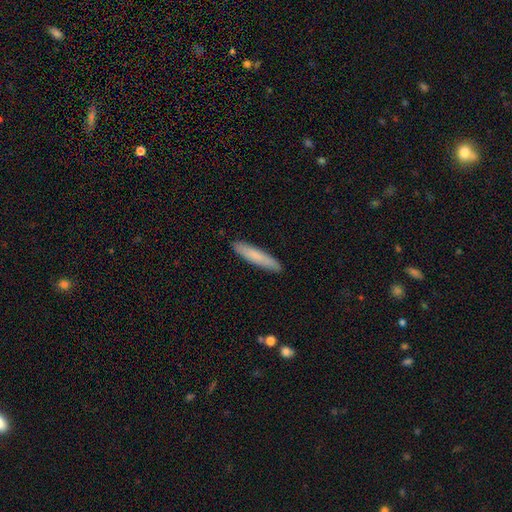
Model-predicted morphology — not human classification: The model was most divided on "smooth or featured": smooth: 78%, featured or disk: 16%, star or artifact: 6%. More confident: how rounded — cigar-shaped (90%); merging — none (90%).